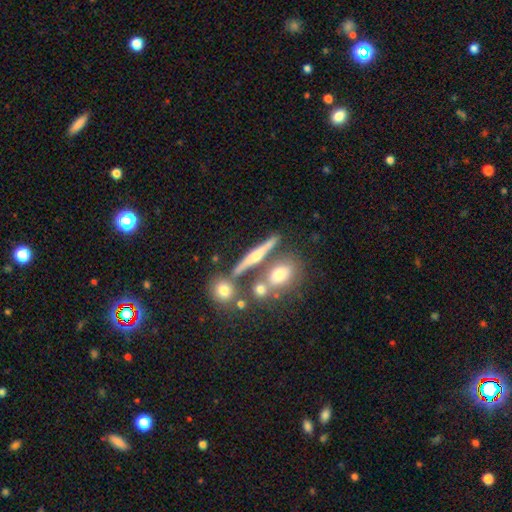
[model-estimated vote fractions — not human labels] smooth_or_featured: featured or disk (p=0.57) [alt: smooth p=0.30]
disk_edge_on: yes (p=0.87) [alt: no p=0.13]
merging: none (p=0.69) [alt: merger p=0.16]